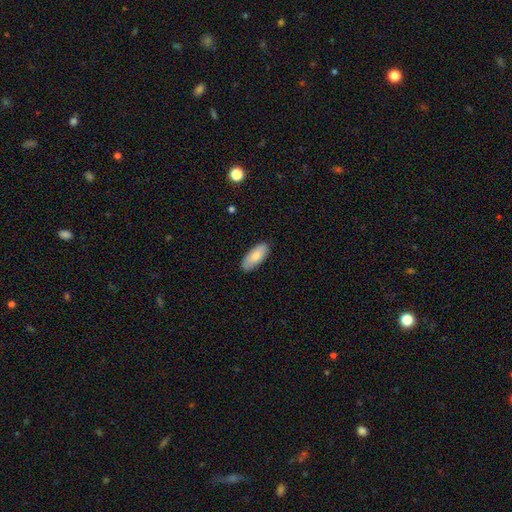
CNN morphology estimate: Smooth or featured? smooth (81%)
How rounded? in between (85%)
Merging? none (86%)